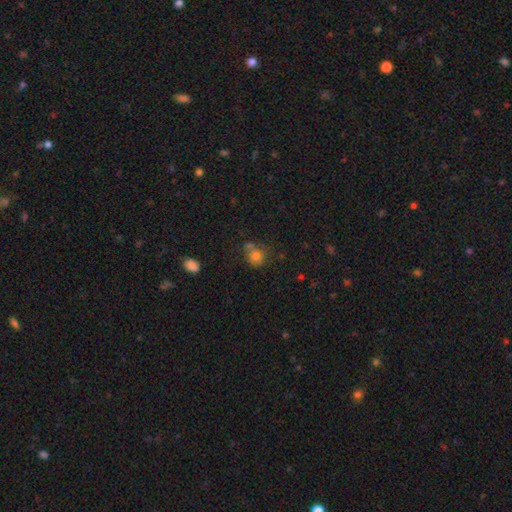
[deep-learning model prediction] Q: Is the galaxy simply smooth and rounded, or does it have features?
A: smooth — 78%.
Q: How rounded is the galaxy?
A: round — 79%.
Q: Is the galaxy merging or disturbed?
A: none — 51%.